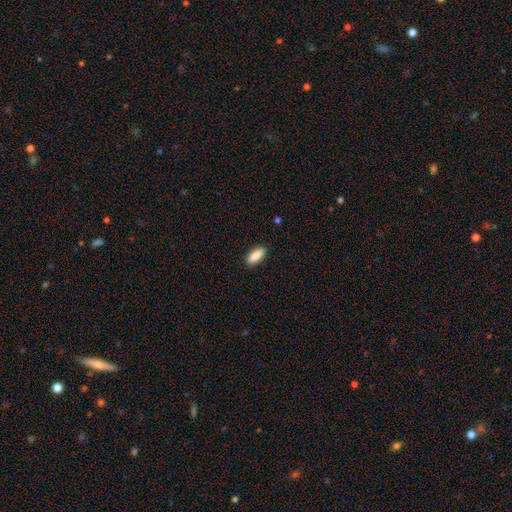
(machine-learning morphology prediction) Overall: smooth (88%). How rounded: in between (73%). Merging: none (89%).